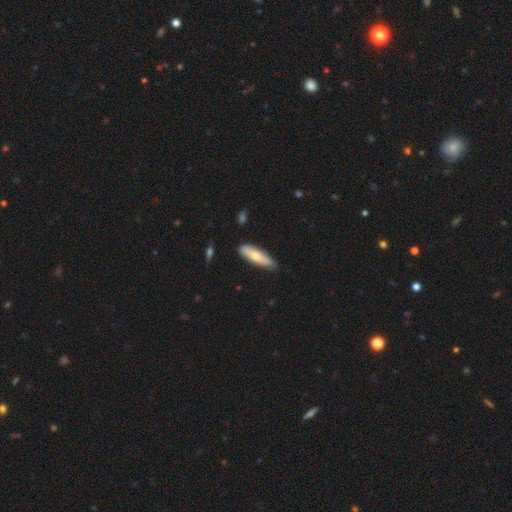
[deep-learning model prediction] A smooth galaxy with no disk features (73%) that is cigar-shaped (68%). Merging: none (80%).